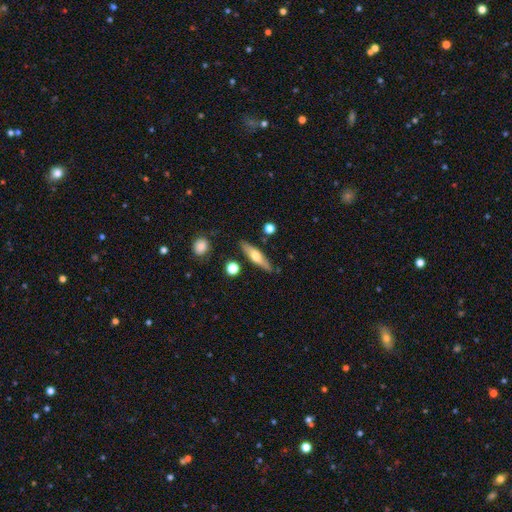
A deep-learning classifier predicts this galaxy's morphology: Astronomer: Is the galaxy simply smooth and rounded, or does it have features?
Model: smooth — 48% (runner-up: featured or disk, 46%).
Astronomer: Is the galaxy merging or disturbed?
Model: none — 84%.